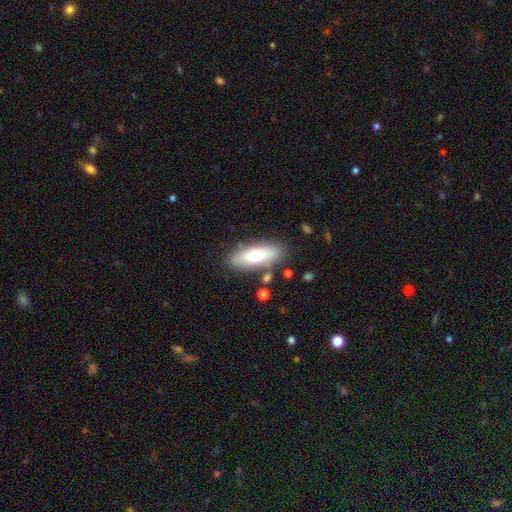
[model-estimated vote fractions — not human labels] Overall: smooth (69%). How rounded: in between (64%; cigar-shaped 34%). Merging: none (80%).